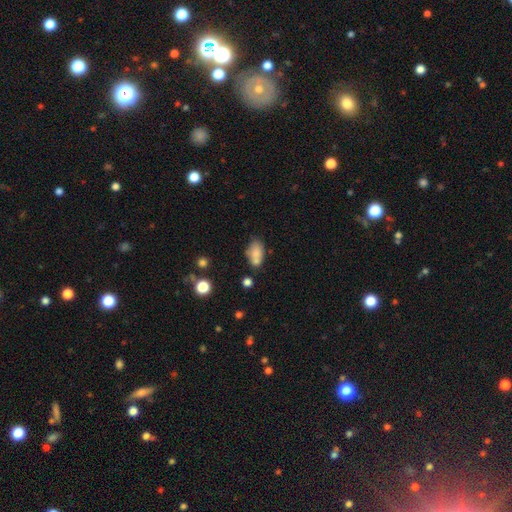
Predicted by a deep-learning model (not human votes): Morphology: type=smooth (76%); roundness=in between (88%); merging=none (50%).